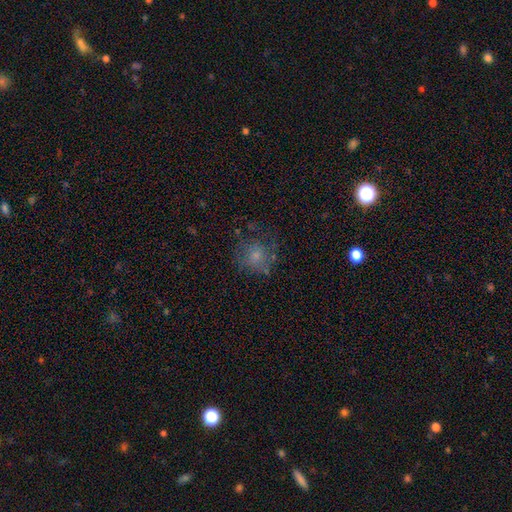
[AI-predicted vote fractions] smooth-or-featured: smooth: 64% | featured or disk: 23% | star or artifact: 13%
  how-rounded: round: 82% | in between: 17% | cigar-shaped: 1%
  merging: none: 56% | minor disturbance: 22% | major disturbance: 19% | merger: 3%